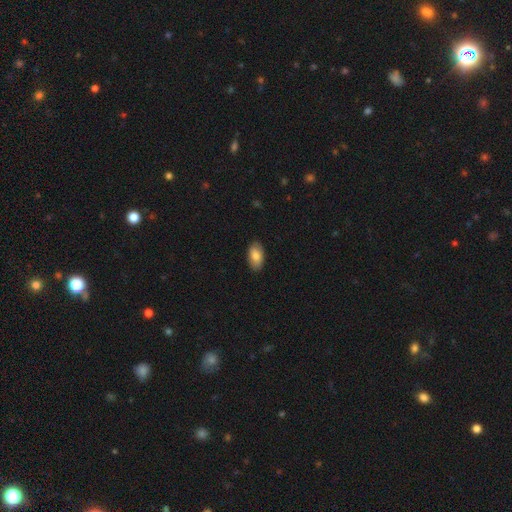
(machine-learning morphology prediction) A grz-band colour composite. It shows a smooth galaxy with no disk features (81%) that is in between round and cigar-shaped (94%). Merging: none (87%).